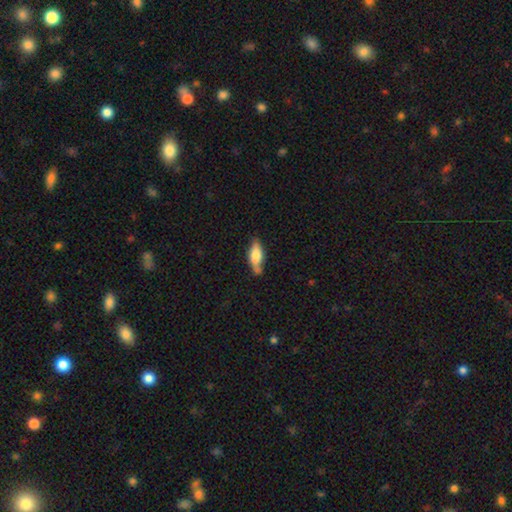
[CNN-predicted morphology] Q: Smooth or featured?
A: smooth (72%); runner-up: featured or disk (22%)
Q: How rounded?
A: in between (70%); runner-up: cigar-shaped (28%)
Q: Merging?
A: none (60%); runner-up: minor disturbance (26%)